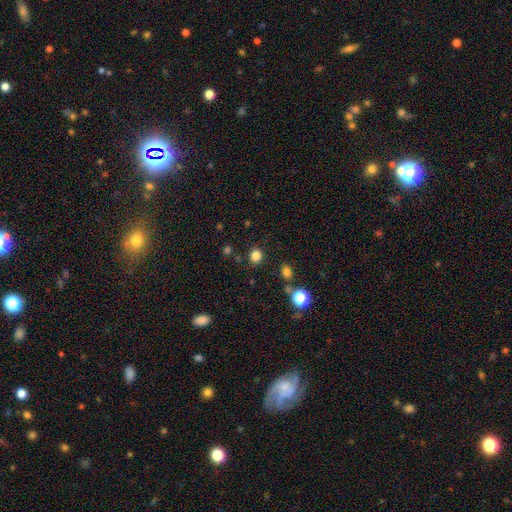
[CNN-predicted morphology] Overall: smooth (82%). How rounded: round (77%). Merging: none (86%).